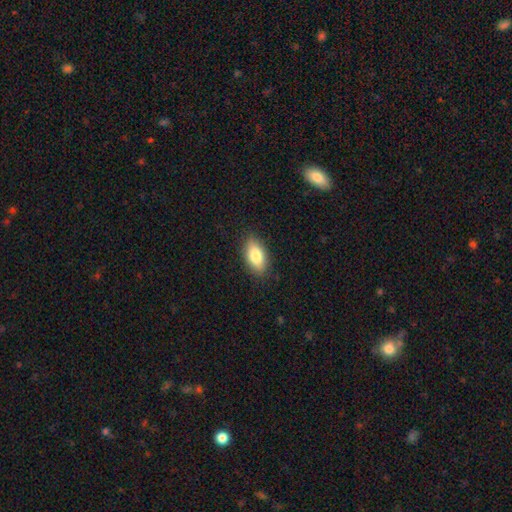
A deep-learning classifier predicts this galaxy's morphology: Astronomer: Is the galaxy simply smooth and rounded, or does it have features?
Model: smooth — 82%.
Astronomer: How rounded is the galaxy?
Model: in between — 90%.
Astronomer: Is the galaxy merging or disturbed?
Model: none — 86%.